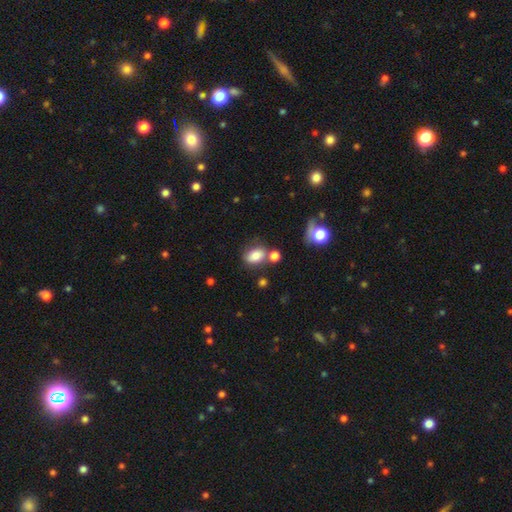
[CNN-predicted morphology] This is clearly a smooth galaxy (80%). How rounded: likely in between (77%). Merging: likely none (61%).